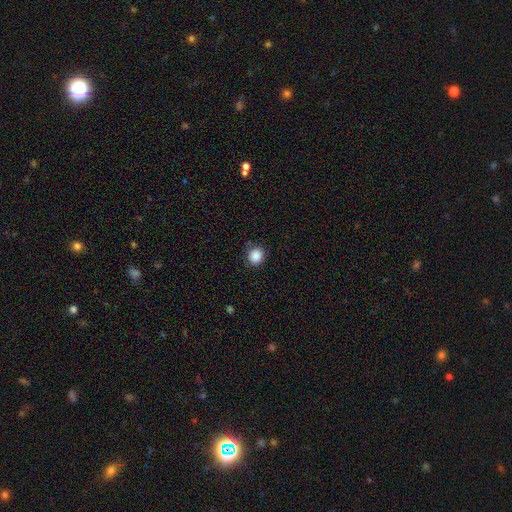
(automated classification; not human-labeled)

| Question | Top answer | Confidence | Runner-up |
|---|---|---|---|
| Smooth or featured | smooth | 87% | star or artifact (9%) |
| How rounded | round | 81% | in between (18%) |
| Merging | none | 82% | minor disturbance (13%) |